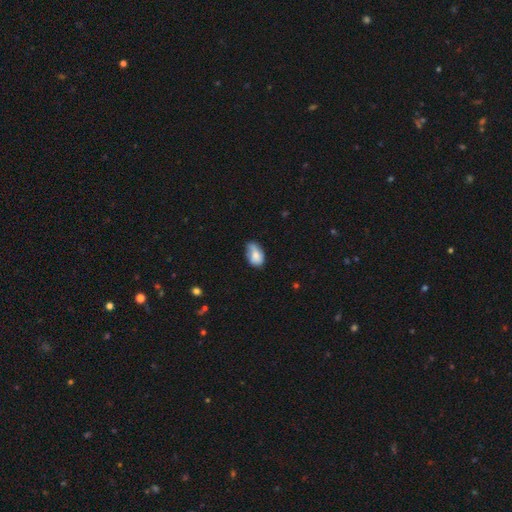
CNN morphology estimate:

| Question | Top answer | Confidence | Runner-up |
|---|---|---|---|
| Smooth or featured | smooth | 73% | featured or disk (19%) |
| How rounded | in between | 87% | round (11%) |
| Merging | none | 42% | tied: minor disturbance (42%) |